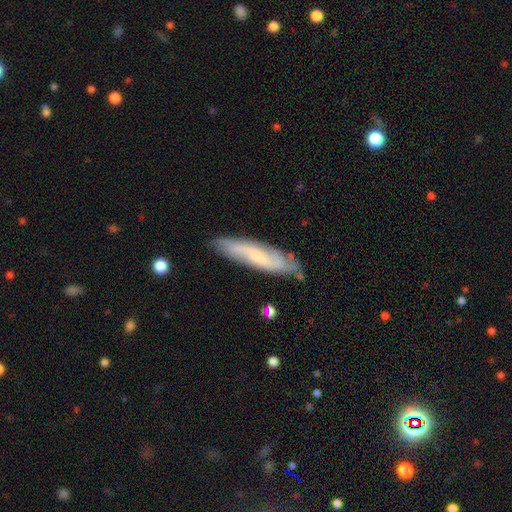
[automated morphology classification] Q: Smooth or featured?
A: smooth (50%); runner-up: featured or disk (44%)
Q: Merging?
A: none (76%); runner-up: minor disturbance (17%)